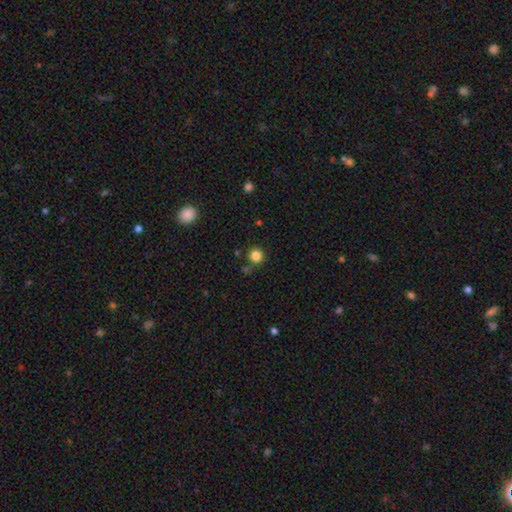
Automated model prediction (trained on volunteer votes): Q: Smooth or featured?
A: smooth (83%); runner-up: star or artifact (13%)
Q: How rounded?
A: round (94%); runner-up: in between (5%)
Q: Merging?
A: none (83%); runner-up: minor disturbance (7%)